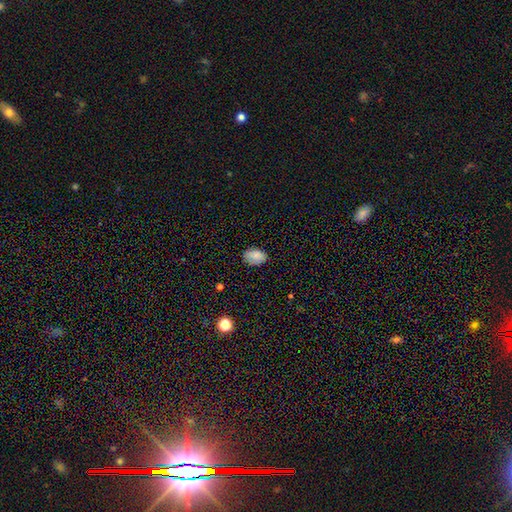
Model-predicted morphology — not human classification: smooth-or-featured: smooth: 83% | star or artifact: 9% | featured or disk: 8%
  how-rounded: in between: 85% | round: 14% | cigar-shaped: 1%
  merging: none: 77% | minor disturbance: 18% | major disturbance: 3% | merger: 1%